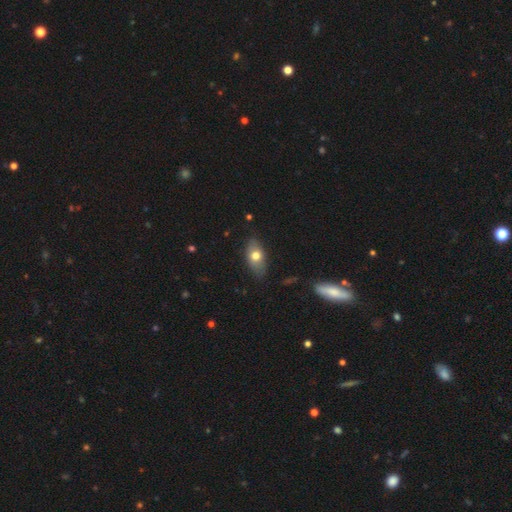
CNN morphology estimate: Overall: smooth (69%). How rounded: in between (87%). Merging: none (79%).